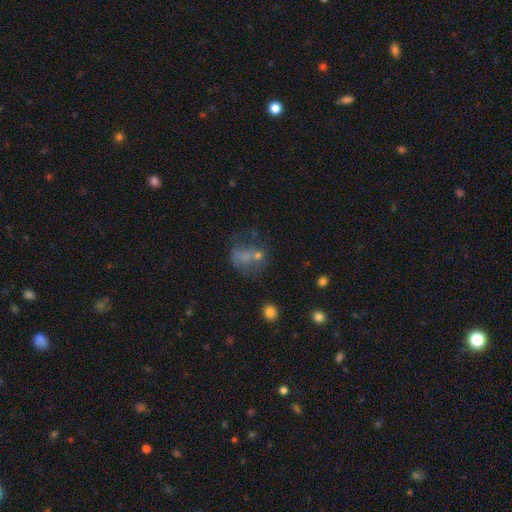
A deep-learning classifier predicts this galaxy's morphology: A smooth galaxy with no disk features (48%). Merging: none (35%).